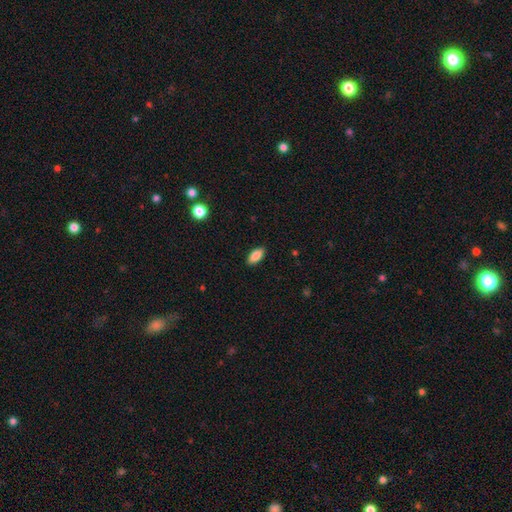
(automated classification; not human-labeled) This is clearly a smooth galaxy (86%). How rounded: clearly in between (88%). Merging: clearly none (89%).